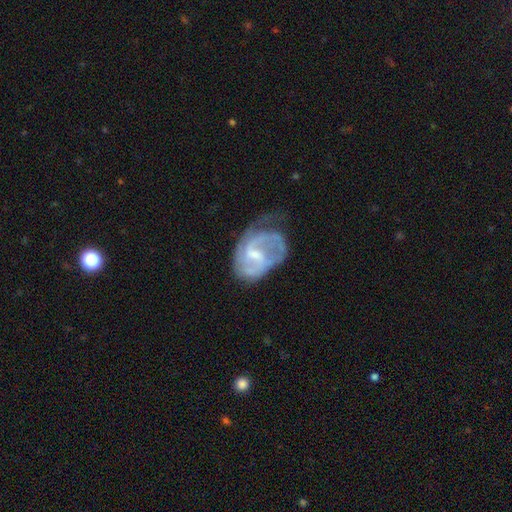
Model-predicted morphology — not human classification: A featured or disk galaxy (79%) with a weak bar (61%), 2 (47%) medium (45%) spiral arms (85%) and a small central bulge (51%).

Vote fractions:
- Smooth or featured? featured or disk: 79% / smooth: 15% / star or artifact: 6%
- Edge-on disk? no: 98% / yes: 2%
- Bar? weak: 61% / no: 23% / strong: 16%
- Spiral arms? yes: 85% / no: 15%
- Spiral winding? medium: 45% / loose: 29% / tight: 26%
- Spiral arm count? 2: 47% / can't tell: 25% / 1: 13% / 3: 10% / 4: 3% / more than 4: 2%
- Bulge size? small: 51% / moderate: 34% / none: 12% / large: 2% / dominant: 1%
- Merging? major disturbance: 34% (tied) / none: 34% (tied) / minor disturbance: 29% / merger: 3%